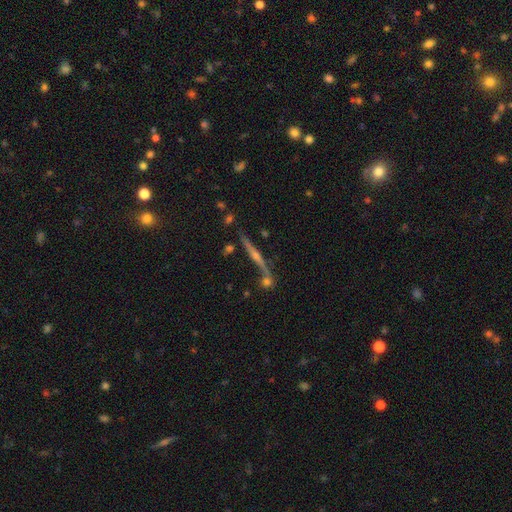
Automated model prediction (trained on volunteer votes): Q: Smooth or featured?
A: featured or disk (81%); runner-up: smooth (10%)
Q: Edge-on disk?
A: yes (97%); runner-up: no (3%)
Q: Edge-on bulge?
A: rounded (89%); runner-up: none (6%)
Q: Merging?
A: none (76%); runner-up: merger (11%)